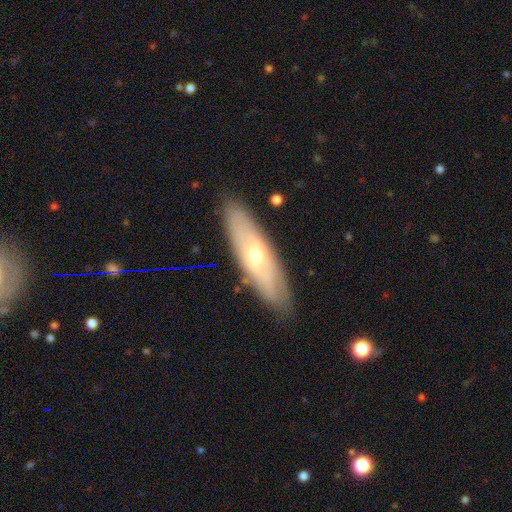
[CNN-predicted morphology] A featured or disk galaxy (54%). Merging: none (85%).